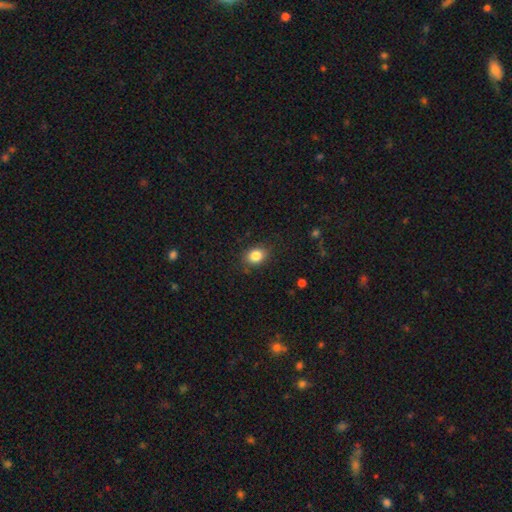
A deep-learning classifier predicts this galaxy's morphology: Q: Smooth or featured?
A: smooth (84%); runner-up: star or artifact (9%)
Q: How rounded?
A: in between (62%); runner-up: round (37%)
Q: Merging?
A: none (84%); runner-up: minor disturbance (12%)